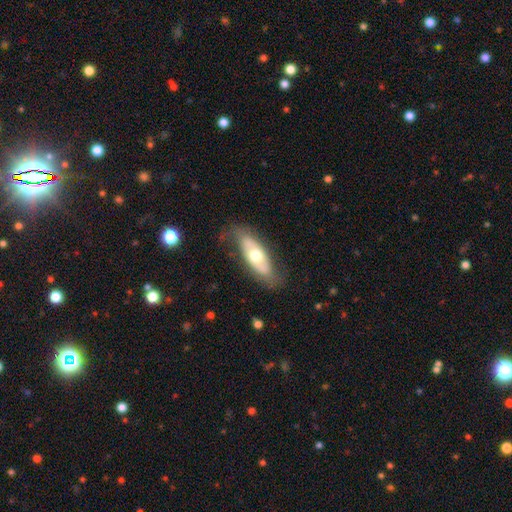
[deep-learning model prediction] The model was most divided on "smooth or featured": featured or disk: 51%, smooth: 44%, star or artifact: 6%. More confident: edge-on disk — no (76%); merging — none (71%).